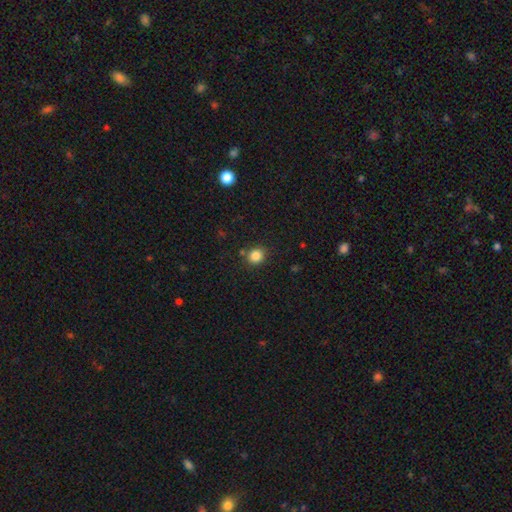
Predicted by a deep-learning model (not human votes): This is clearly a smooth galaxy (84%). How rounded: clearly round (81%). Merging: clearly none (82%).